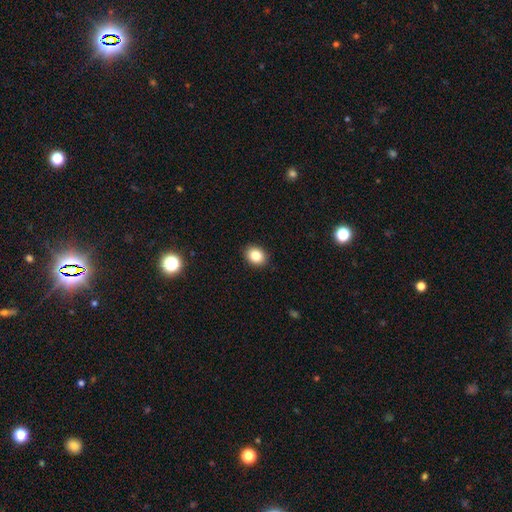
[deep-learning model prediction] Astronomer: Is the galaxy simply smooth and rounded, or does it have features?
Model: smooth — 84%.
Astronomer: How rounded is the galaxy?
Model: in between — 54% (runner-up: round, 45%).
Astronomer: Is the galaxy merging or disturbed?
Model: none — 90%.